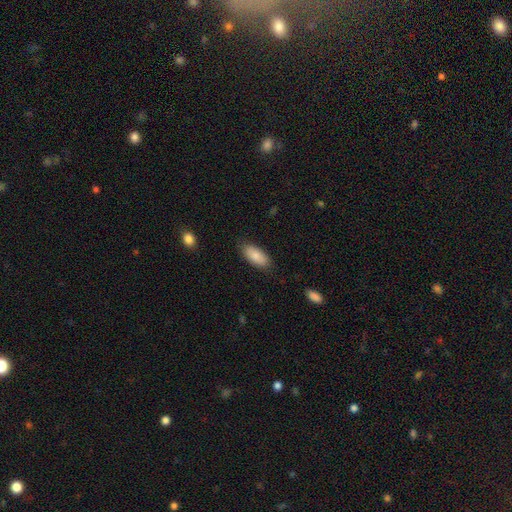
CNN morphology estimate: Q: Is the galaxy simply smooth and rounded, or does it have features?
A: smooth — 84%.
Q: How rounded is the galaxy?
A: in between — 90%.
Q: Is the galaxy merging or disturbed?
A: none — 83%.